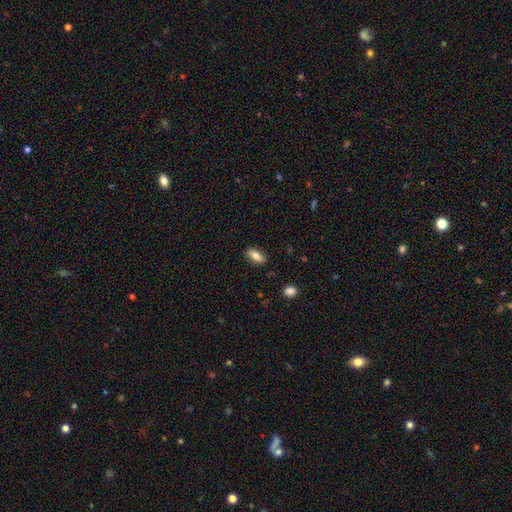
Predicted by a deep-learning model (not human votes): Smooth or featured? Predicted: smooth (p=0.79). How rounded? Predicted: in between (p=0.82). Merging? Predicted: none (p=0.86).